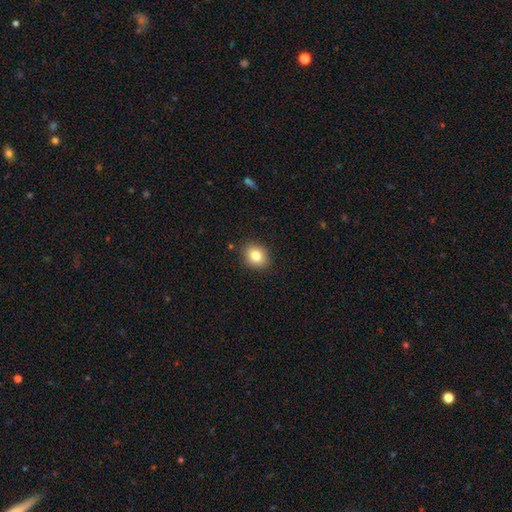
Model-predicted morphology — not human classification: Smooth or featured?
  - smooth: 82% *
  - star or artifact: 10%
  - featured or disk: 8%
How rounded?
  - round: 52% *
  - in between: 47%
  - cigar-shaped: 1%
Merging?
  - none: 88% *
  - minor disturbance: 9%
  - major disturbance: 2%
  - merger: 1%